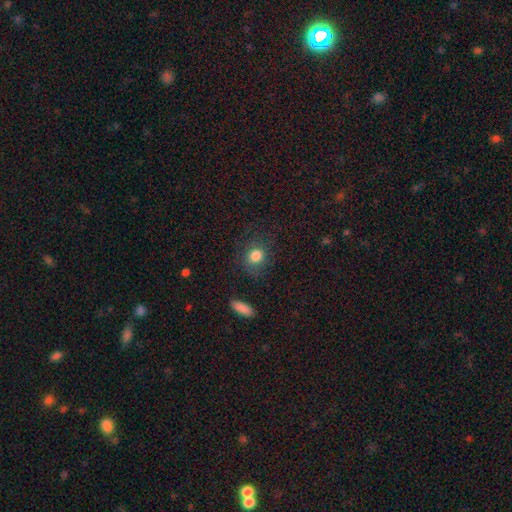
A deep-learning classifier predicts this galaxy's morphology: A smooth galaxy with no disk features (83%) that is round (74%). Merging: none (78%).